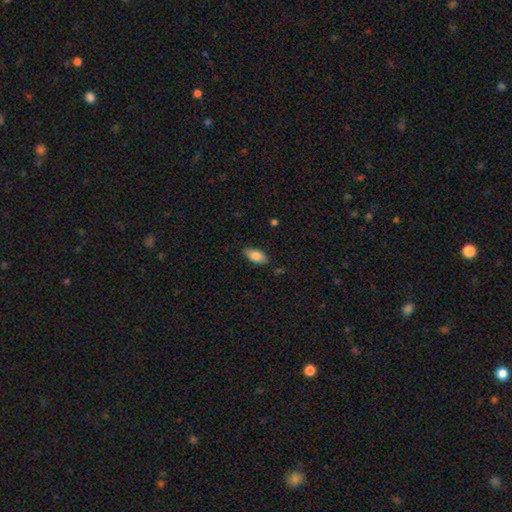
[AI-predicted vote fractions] smooth_or_featured: smooth (p=0.83) [alt: featured or disk p=0.10]
how_rounded: in between (p=0.90) [alt: cigar-shaped p=0.07]
merging: none (p=0.81) [alt: minor disturbance p=0.15]